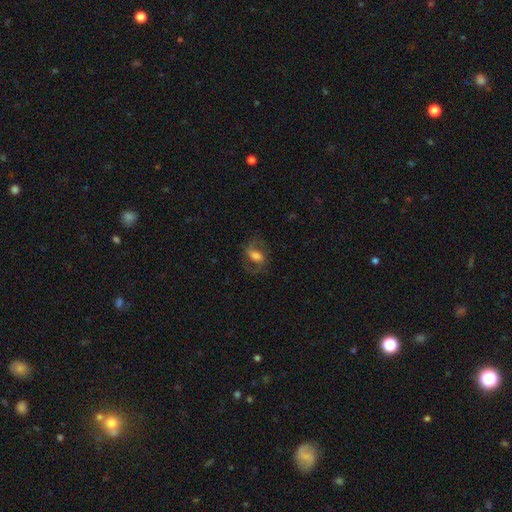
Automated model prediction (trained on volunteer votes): Overall: featured or disk (59%; smooth 32%). Edge-on disk: no (94%). Bar: weak (41%; strong 34%). Spiral arms: yes (84%). Bulge size: moderate (43%; large 31%). Merging: none (71%).